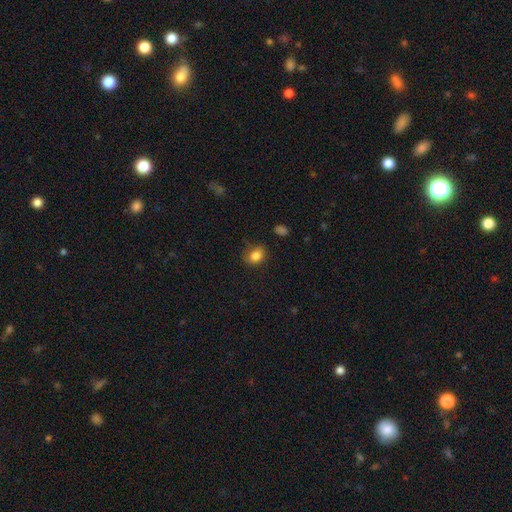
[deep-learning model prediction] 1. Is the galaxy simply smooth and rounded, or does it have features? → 84% smooth, 10% star or artifact, 6% featured or disk.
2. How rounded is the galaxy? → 54% in between, 45% round, 1% cigar-shaped.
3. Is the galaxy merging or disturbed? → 73% none, 20% minor disturbance, 5% major disturbance, 2% merger.